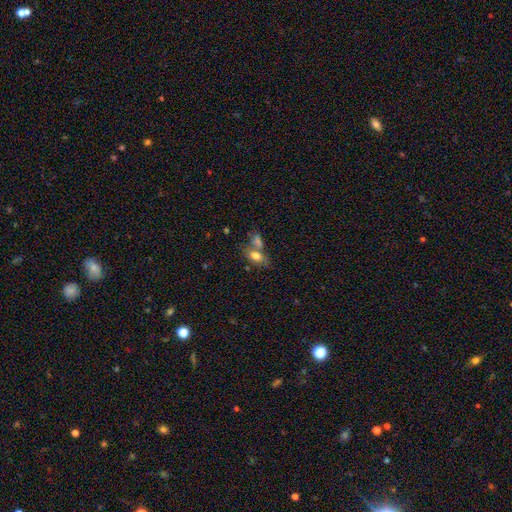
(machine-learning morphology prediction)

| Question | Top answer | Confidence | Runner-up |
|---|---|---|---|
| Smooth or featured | smooth | 75% | featured or disk (17%) |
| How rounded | in between | 85% | round (8%) |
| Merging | merger | 41% | none (39%) |